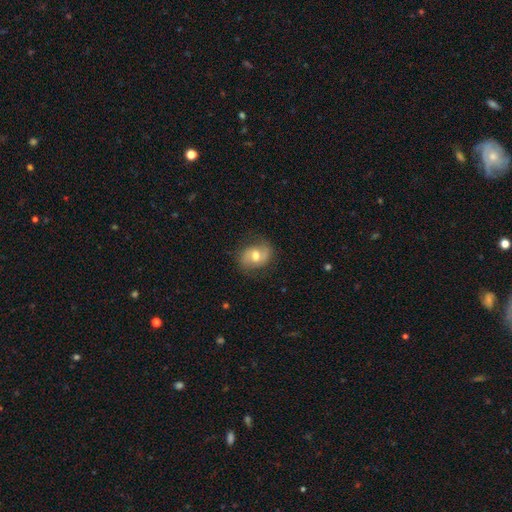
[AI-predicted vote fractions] Overall: featured or disk (55%; smooth 37%). Edge-on disk: no (96%). Bar: no (46%; weak 41%). Spiral arms: yes (81%). Bulge size: moderate (73%). Merging: none (74%).